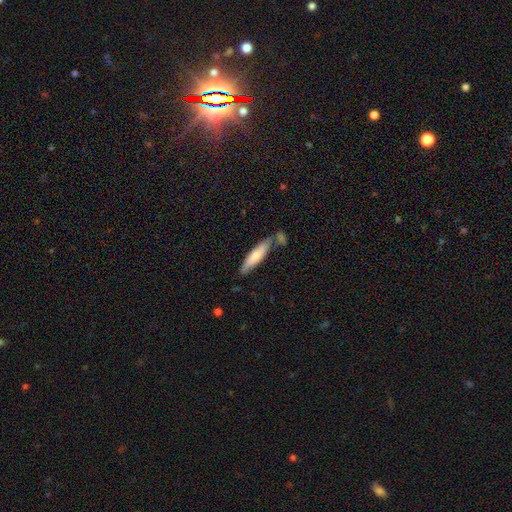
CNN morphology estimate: Smooth or featured?
  - smooth: 70% *
  - featured or disk: 25%
  - star or artifact: 5%
How rounded?
  - cigar-shaped: 78% *
  - in between: 20%
  - round: 1%
Merging?
  - none: 66% *
  - minor disturbance: 16%
  - merger: 14%
  - major disturbance: 4%